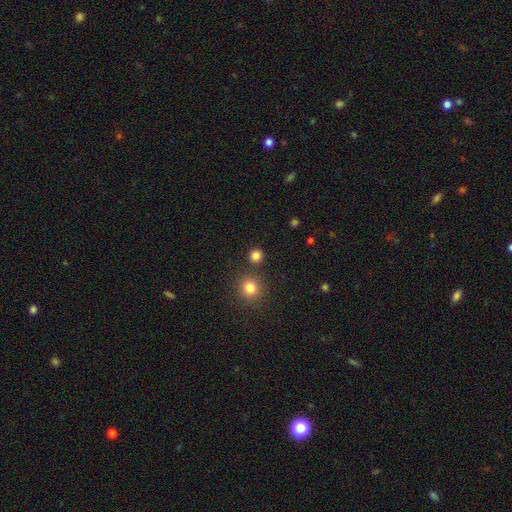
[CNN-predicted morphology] A smooth galaxy with no disk features (82%) that is round (93%).

Vote fractions:
- Smooth or featured? smooth: 82% / star or artifact: 15% / featured or disk: 4%
- How rounded? round: 93% / in between: 6% / cigar-shaped: 1%
- Merging? none: 86% / merger: 6% / minor disturbance: 6% / major disturbance: 2%